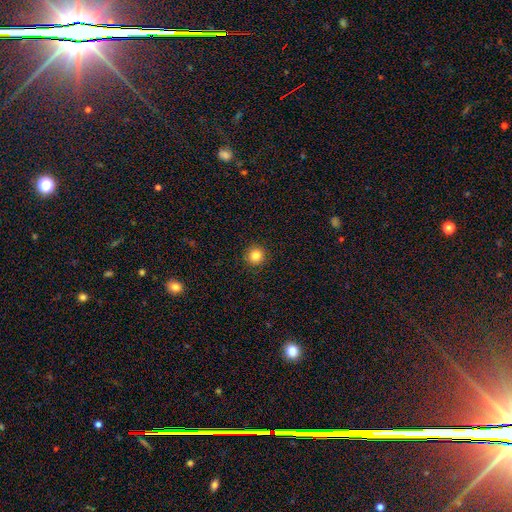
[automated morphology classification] Smooth or featured: smooth — 83% (star or artifact — 12%)
How rounded: round — 95% (in between — 4%)
Merging: none — 92% (minor disturbance — 5%)